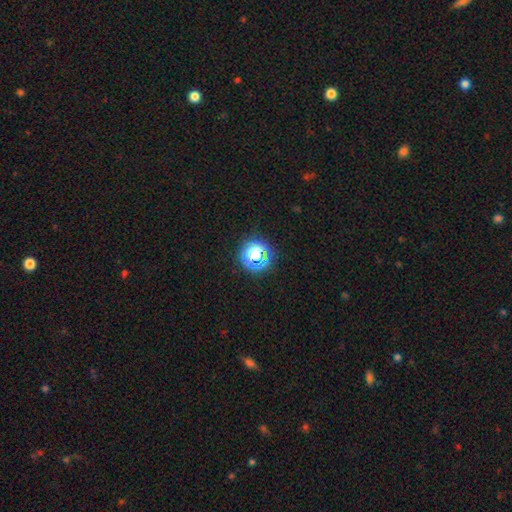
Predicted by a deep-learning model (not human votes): Smooth or featured? star or artifact (49%)